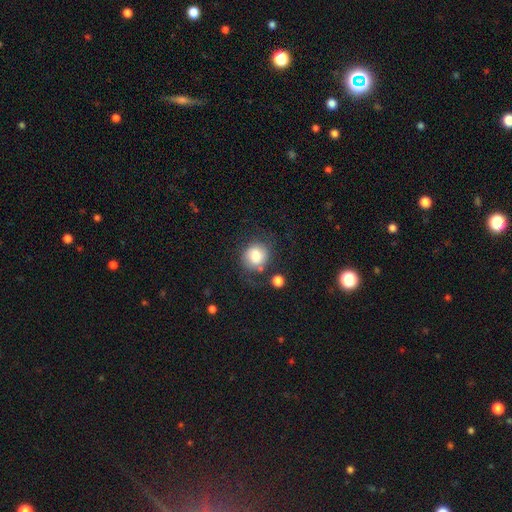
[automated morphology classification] type=smooth (74%); roundness=round (81%); merging=none (62%).